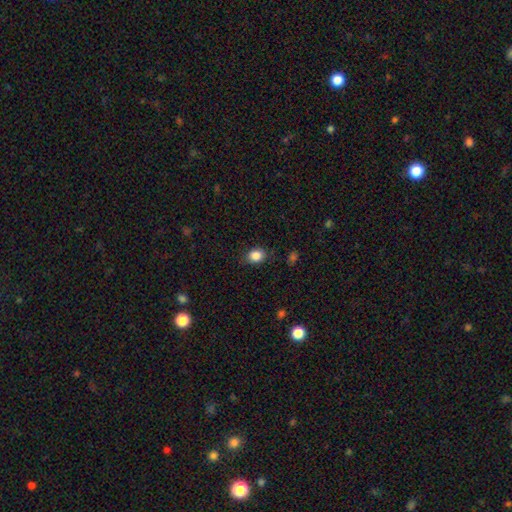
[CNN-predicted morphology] type=smooth (85%); roundness=round (50%); merging=none (83%).